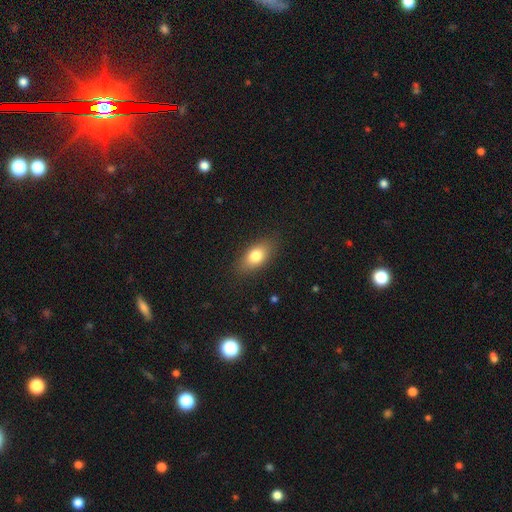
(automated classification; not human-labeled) This appears to be a smooth galaxy with no disk features (79%) that is in between round and cigar-shaped (84%). Merging: none (85%).